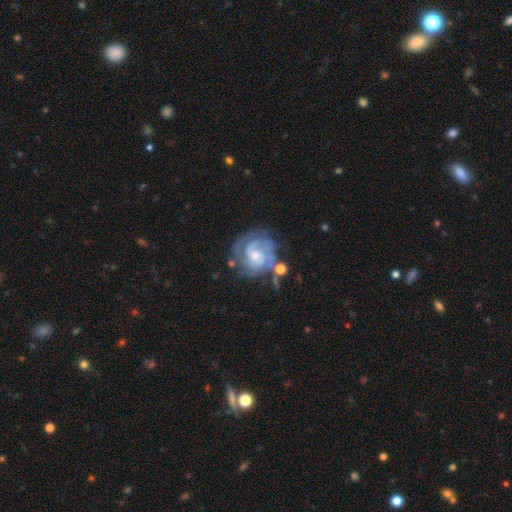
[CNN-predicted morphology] A featured or disk galaxy (87%) with no bar (66%), 3 (34%) tight (64%) spiral arms (97%) and a small central bulge (59%). Merging: none (63%).